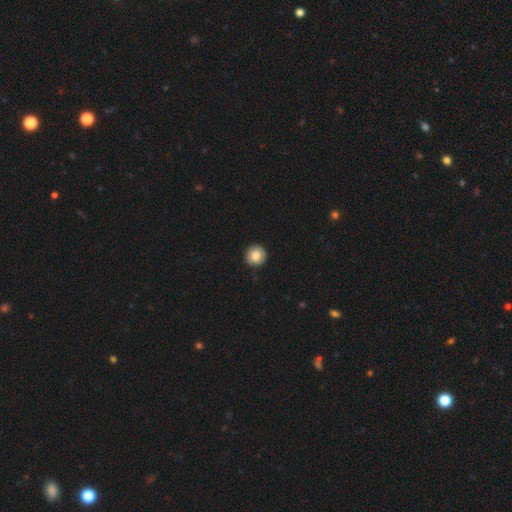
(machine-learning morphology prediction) A smooth galaxy with no disk features (82%) that is round (93%).

Vote fractions:
- Smooth or featured? smooth: 82% / featured or disk: 10% / star or artifact: 8%
- How rounded? round: 93% / in between: 6% / cigar-shaped: 1%
- Merging? none: 88% / minor disturbance: 9% / major disturbance: 2% / merger: 1%